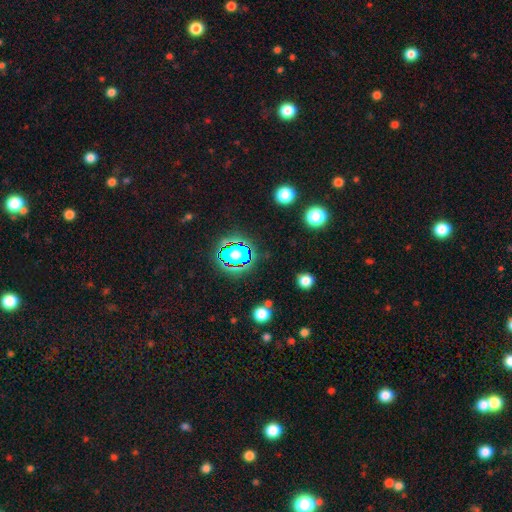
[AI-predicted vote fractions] Morphology: type=star or artifact (76%).